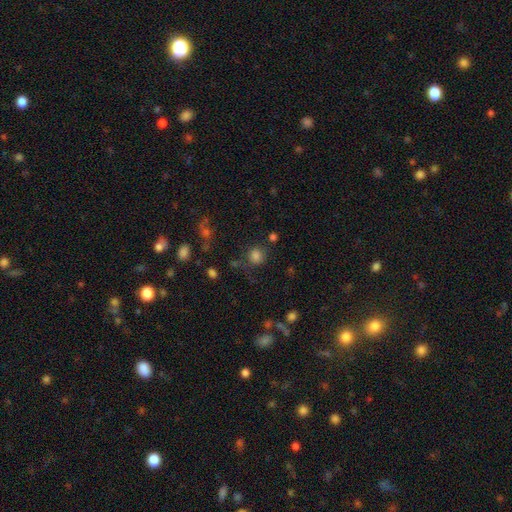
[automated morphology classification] smooth-or-featured: smooth: 79% | star or artifact: 15% | featured or disk: 6%
  how-rounded: round: 87% | in between: 12% | cigar-shaped: 1%
  merging: none: 74% | minor disturbance: 13% | major disturbance: 7% | merger: 6%